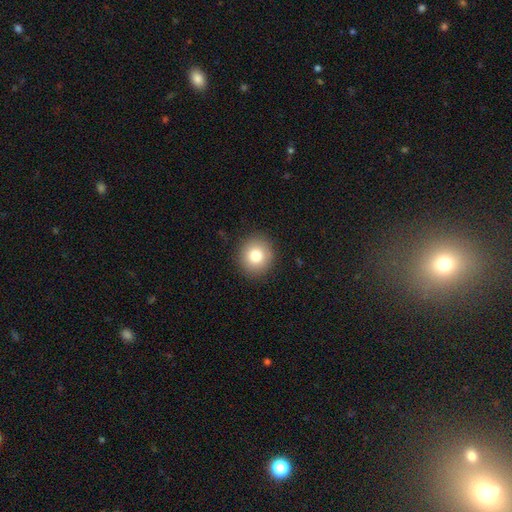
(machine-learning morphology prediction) Q: Smooth or featured?
A: smooth (80%); runner-up: star or artifact (10%)
Q: How rounded?
A: round (88%); runner-up: in between (11%)
Q: Merging?
A: none (90%); runner-up: minor disturbance (7%)